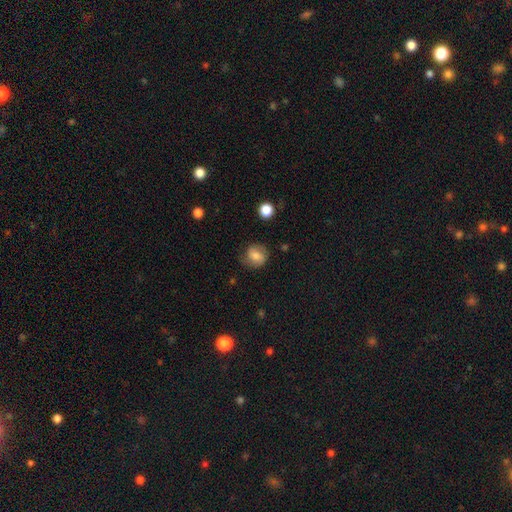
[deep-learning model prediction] A smooth galaxy with no disk features (60%) that is round (73%).

Vote fractions:
- Smooth or featured? smooth: 60% / featured or disk: 31% / star or artifact: 9%
- How rounded? round: 73% / in between: 26% / cigar-shaped: 1%
- Merging? none: 70% / minor disturbance: 21% / major disturbance: 7% / merger: 2%